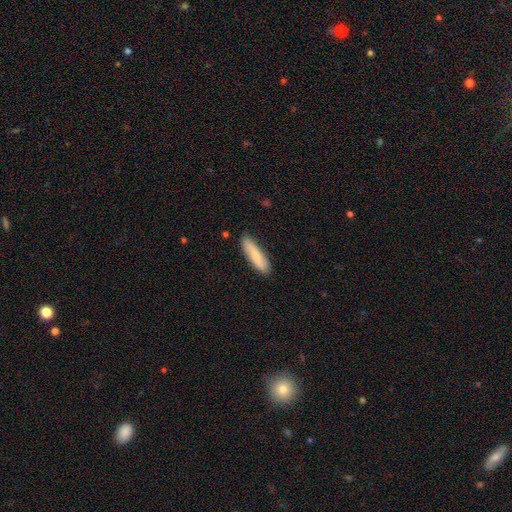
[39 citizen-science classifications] Smooth or featured? 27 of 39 (69%) said smooth. How rounded? 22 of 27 (81%) said cigar-shaped. Merging? 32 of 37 (86%) said none.